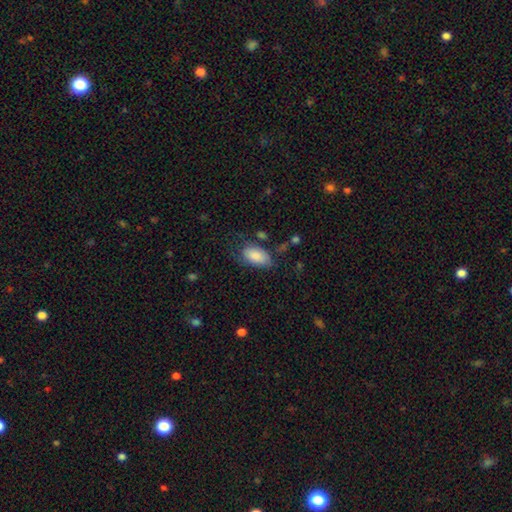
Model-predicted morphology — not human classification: Smooth or featured? smooth (84%)
How rounded? in between (94%)
Merging? none (56%)